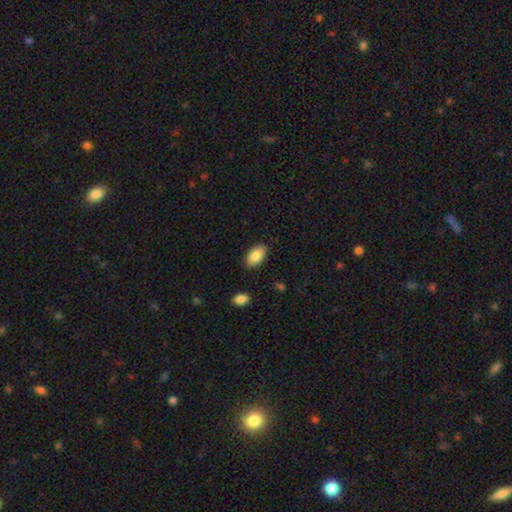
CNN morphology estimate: This appears to be a smooth galaxy with no disk features (87%) that is in between round and cigar-shaped (94%). Merging: none (86%).